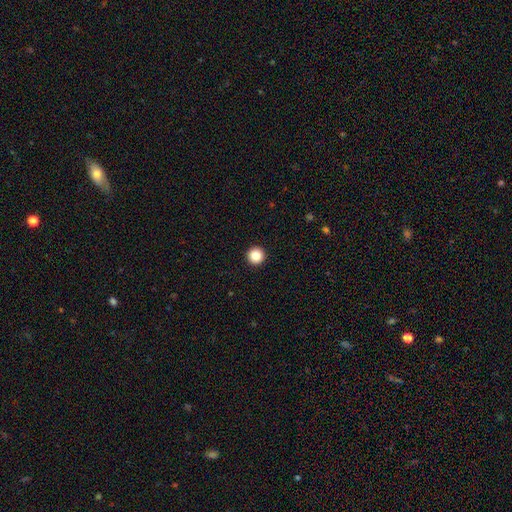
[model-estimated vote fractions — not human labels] Q: Smooth or featured?
A: smooth (86%); runner-up: star or artifact (10%)
Q: How rounded?
A: round (97%); runner-up: in between (2%)
Q: Merging?
A: none (94%); runner-up: minor disturbance (3%)